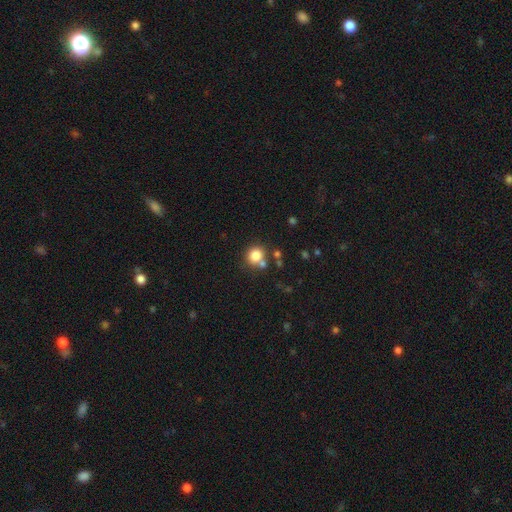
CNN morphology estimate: type=smooth (82%); roundness=round (83%); merging=none (67%).